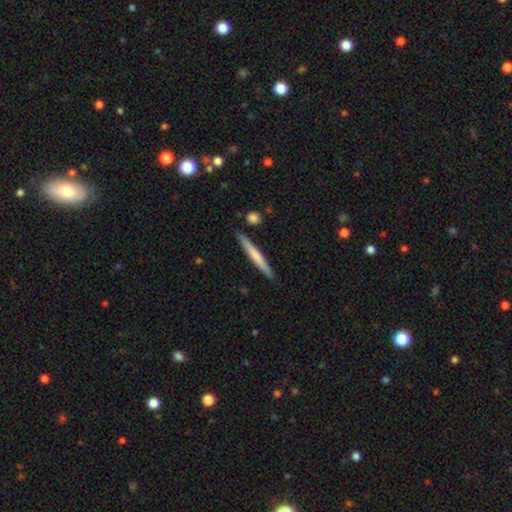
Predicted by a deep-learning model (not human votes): Morphology: type=smooth (62%); roundness=cigar-shaped (96%); merging=none (88%).